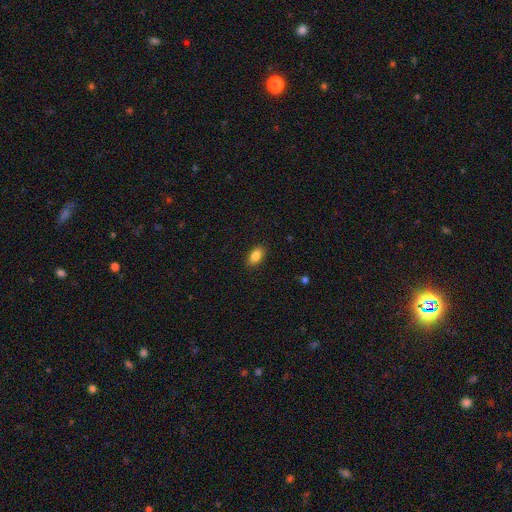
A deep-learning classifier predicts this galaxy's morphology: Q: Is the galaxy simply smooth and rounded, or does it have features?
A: smooth — 86%.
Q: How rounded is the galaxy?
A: in between — 90%.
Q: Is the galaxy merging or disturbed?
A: none — 88%.